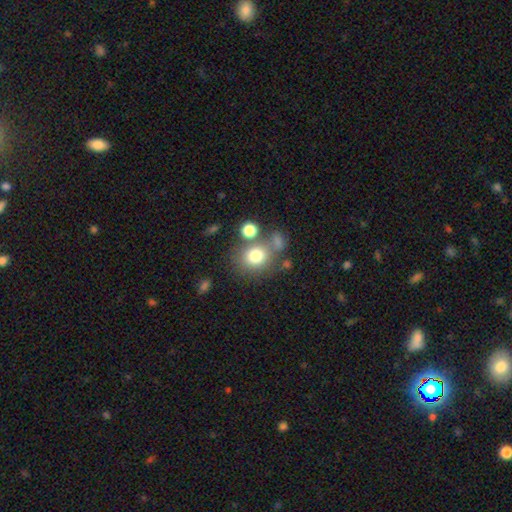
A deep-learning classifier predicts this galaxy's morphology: Smooth or featured?
  - smooth: 76% *
  - featured or disk: 12%
  - star or artifact: 12%
How rounded?
  - round: 74% *
  - in between: 25%
  - cigar-shaped: 1%
Merging?
  - none: 60% *
  - merger: 20%
  - minor disturbance: 14%
  - major disturbance: 7%